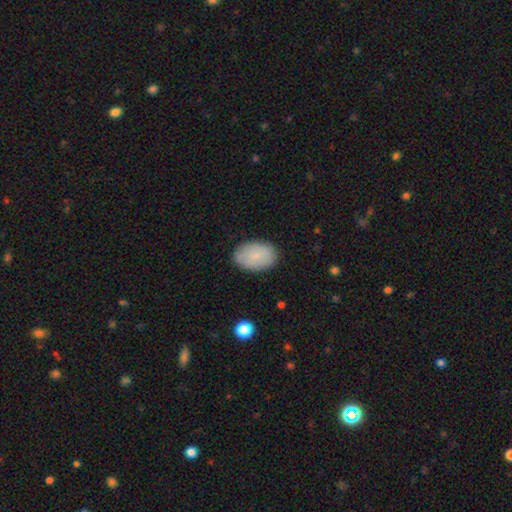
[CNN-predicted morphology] Overall: smooth (83%). How rounded: in between (89%). Merging: none (85%).